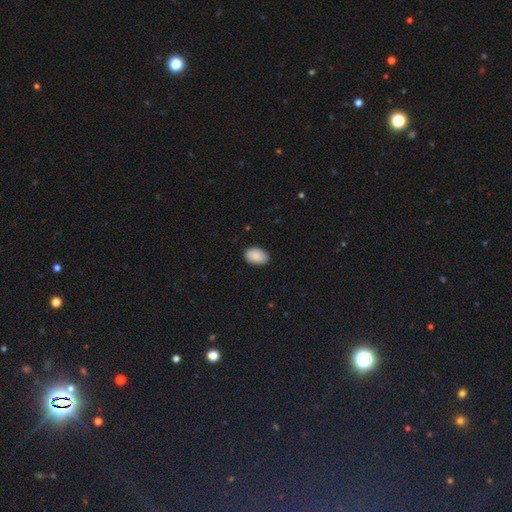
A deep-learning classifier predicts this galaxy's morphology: type=smooth (90%); roundness=in between (90%); merging=none (87%).